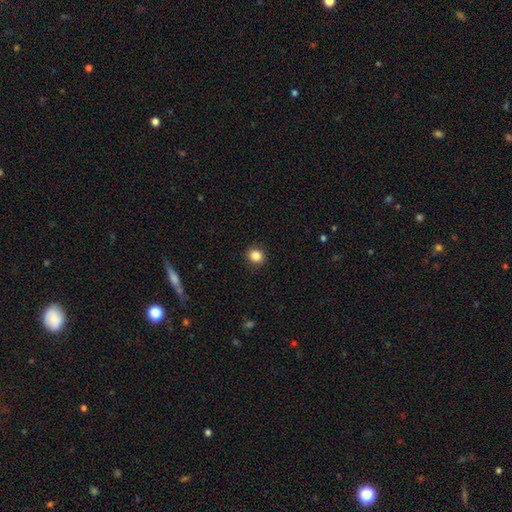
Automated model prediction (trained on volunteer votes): smooth_or_featured: smooth (p=0.86) [alt: star or artifact p=0.11]
how_rounded: round (p=0.81) [alt: in between p=0.18]
merging: none (p=0.91) [alt: minor disturbance p=0.06]